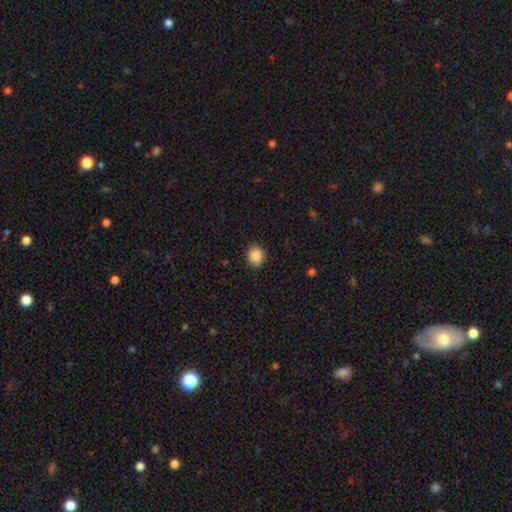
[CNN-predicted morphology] Smooth or featured? smooth (88%)
How rounded? round (75%)
Merging? none (90%)